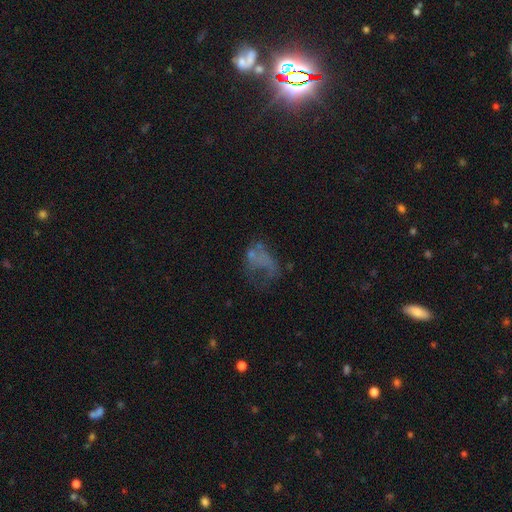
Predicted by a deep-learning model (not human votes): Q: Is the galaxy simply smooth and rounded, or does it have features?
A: featured or disk — 41%.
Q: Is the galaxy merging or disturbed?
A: major disturbance — 46%.